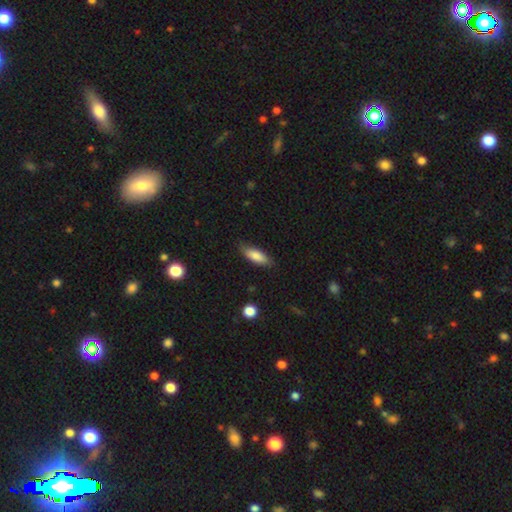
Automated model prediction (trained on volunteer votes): Smooth or featured?
  - smooth: 81% *
  - featured or disk: 13%
  - star or artifact: 6%
How rounded?
  - in between: 66% *
  - cigar-shaped: 32%
  - round: 2%
Merging?
  - none: 79% *
  - minor disturbance: 16%
  - major disturbance: 3%
  - merger: 1%